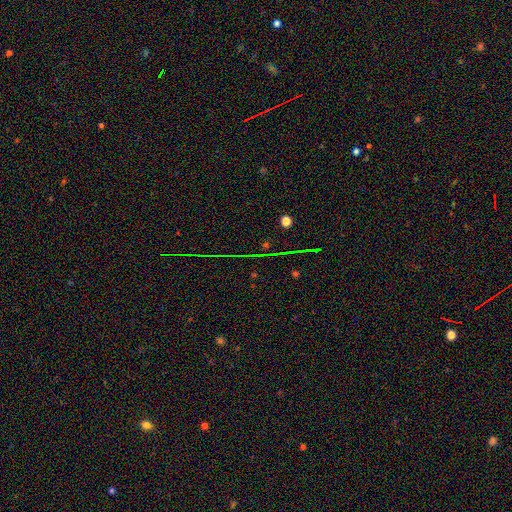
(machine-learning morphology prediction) A star or artifact, not a galaxy (79%).

Vote fractions:
- Smooth or featured? star or artifact: 79% / featured or disk: 12% / smooth: 9%